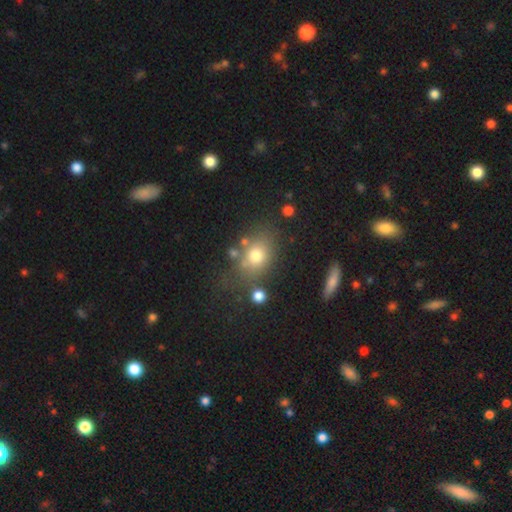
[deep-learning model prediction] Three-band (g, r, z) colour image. It shows a smooth galaxy with no disk features (73%) that is in between round and cigar-shaped (56%). Merging: none (62%).